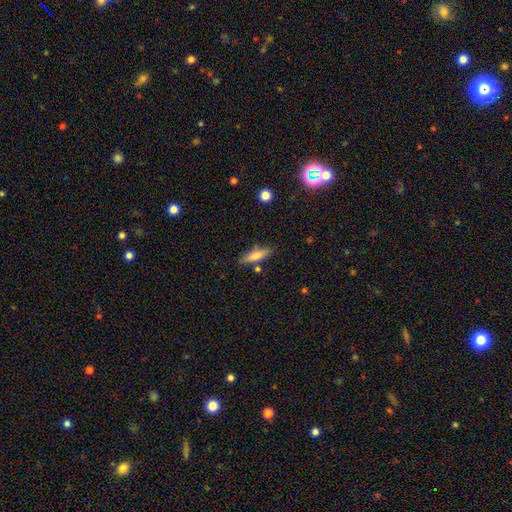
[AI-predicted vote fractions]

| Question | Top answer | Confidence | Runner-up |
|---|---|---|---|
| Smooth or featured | smooth | 75% | featured or disk (18%) |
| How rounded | cigar-shaped | 60% | in between (38%) |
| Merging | none | 79% | minor disturbance (13%) |